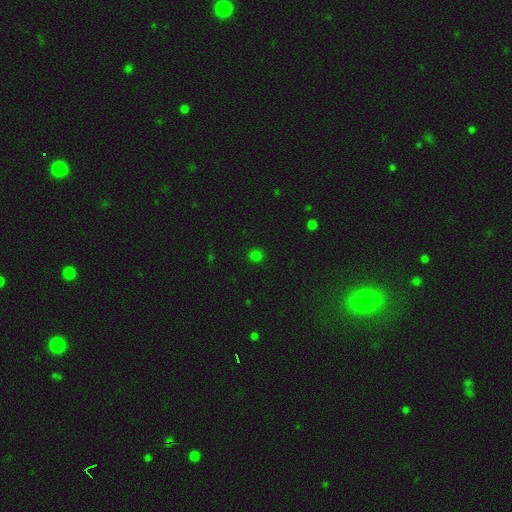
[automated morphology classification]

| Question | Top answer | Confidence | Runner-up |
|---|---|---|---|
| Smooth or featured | smooth | 77% | star or artifact (19%) |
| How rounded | round | 92% | in between (7%) |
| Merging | none | 91% | minor disturbance (6%) |